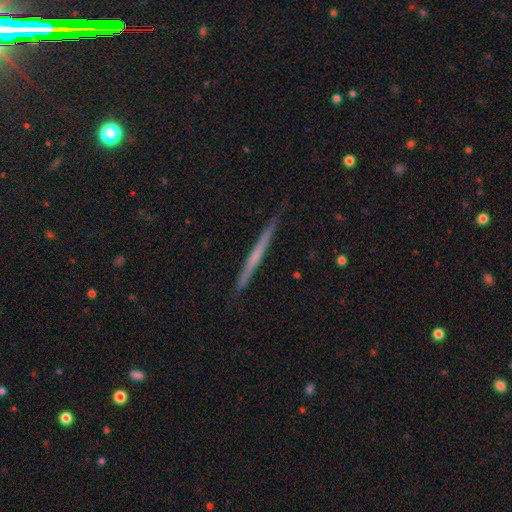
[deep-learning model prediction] This is possibly a featured or disk galaxy (56%). It is clearly viewed edge-on (98%). Edge-on bulge: clearly none (83%). Merging: clearly none (91%).